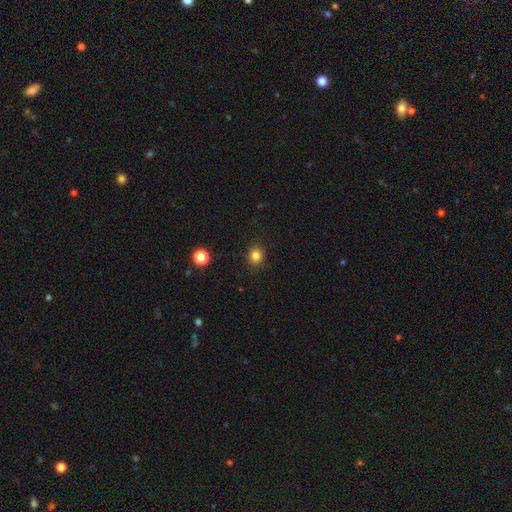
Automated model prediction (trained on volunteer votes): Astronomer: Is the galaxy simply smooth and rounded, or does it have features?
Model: smooth — 83%.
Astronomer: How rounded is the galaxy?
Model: round — 83%.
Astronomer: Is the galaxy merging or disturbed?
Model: none — 90%.